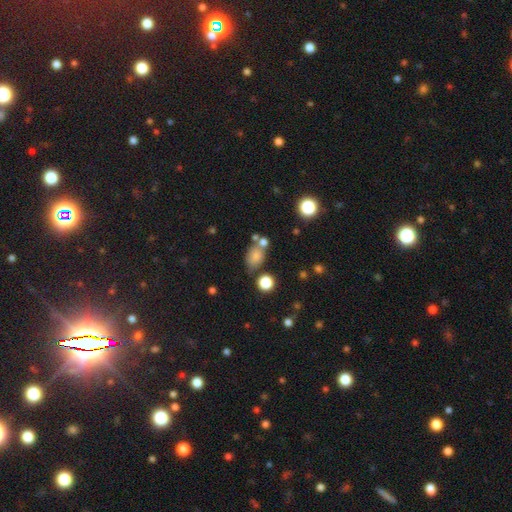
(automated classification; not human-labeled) Smooth or featured? smooth (74%)
How rounded? in between (66%)
Merging? none (54%)